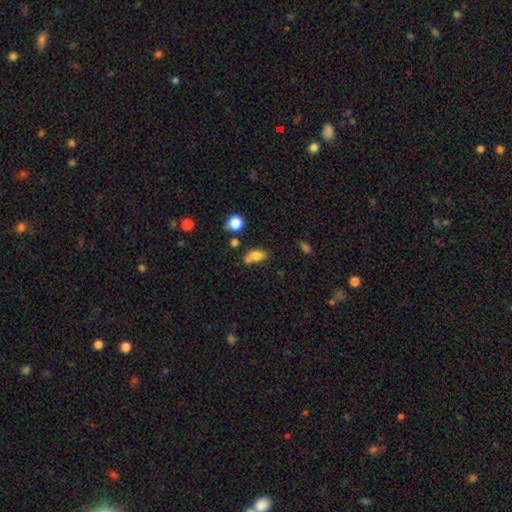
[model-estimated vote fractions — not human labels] smooth-or-featured: smooth: 79% | star or artifact: 11% | featured or disk: 10%
  how-rounded: in between: 84% | round: 10% | cigar-shaped: 6%
  merging: none: 46% | minor disturbance: 25% | merger: 19% | major disturbance: 9%